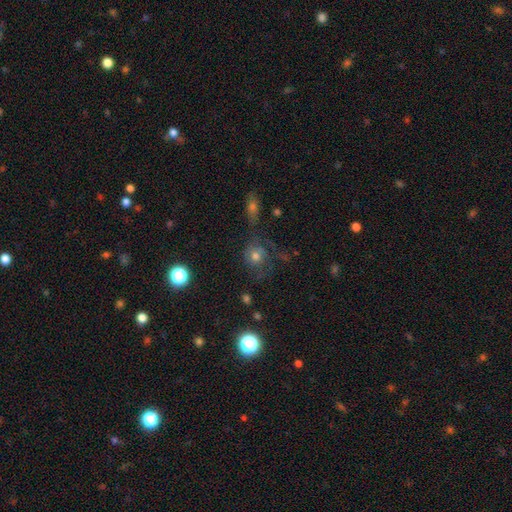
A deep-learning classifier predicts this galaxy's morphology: Smooth or featured?
  - smooth: 46% *
  - featured or disk: 30%
  - star or artifact: 24%
Merging?
  - none: 59% *
  - minor disturbance: 17%
  - major disturbance: 17%
  - merger: 7%